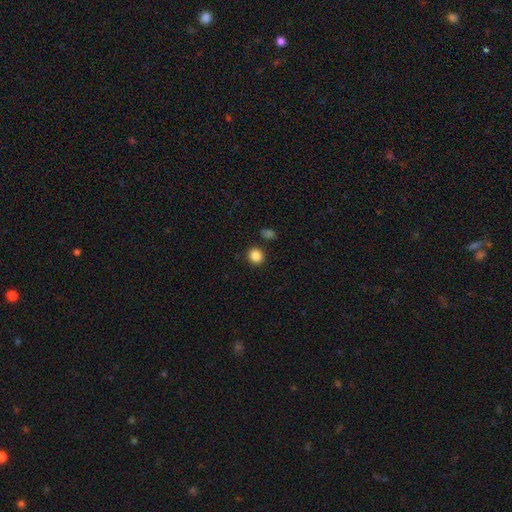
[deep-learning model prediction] A smooth galaxy with no disk features (86%) that is round (84%).

Vote fractions:
- Smooth or featured? smooth: 86% / star or artifact: 10% / featured or disk: 4%
- How rounded? round: 84% / in between: 15% / cigar-shaped: 1%
- Merging? none: 88% / minor disturbance: 7% / merger: 3% / major disturbance: 2%